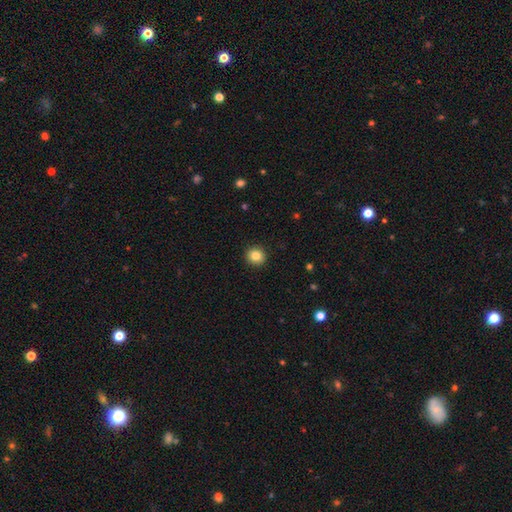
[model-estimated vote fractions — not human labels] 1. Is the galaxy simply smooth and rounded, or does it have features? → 84% smooth, 10% star or artifact, 6% featured or disk.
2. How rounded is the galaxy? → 91% round, 8% in between, 1% cigar-shaped.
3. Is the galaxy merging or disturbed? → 92% none, 5% minor disturbance, 2% major disturbance, 1% merger.